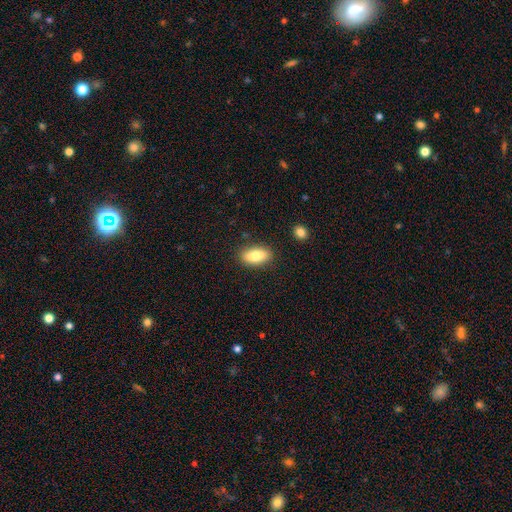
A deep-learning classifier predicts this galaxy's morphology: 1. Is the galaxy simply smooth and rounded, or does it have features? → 82% smooth, 11% featured or disk, 7% star or artifact.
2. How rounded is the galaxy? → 89% in between, 7% cigar-shaped, 4% round.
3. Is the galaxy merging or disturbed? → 86% none, 10% minor disturbance, 2% major disturbance, 2% merger.